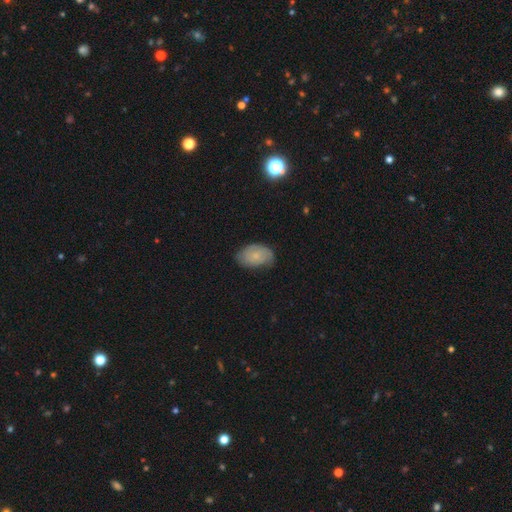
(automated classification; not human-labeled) This appears to be a smooth galaxy with no disk features (57%) that is in between round and cigar-shaped (89%). Merging: none (66%).